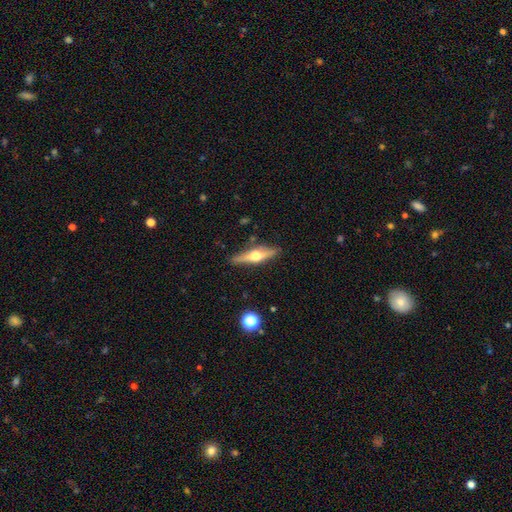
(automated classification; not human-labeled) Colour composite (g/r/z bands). It shows a featured or disk galaxy (66%) viewed edge-on (96%) with a rounded central bulge (95%). Merging: none (87%).